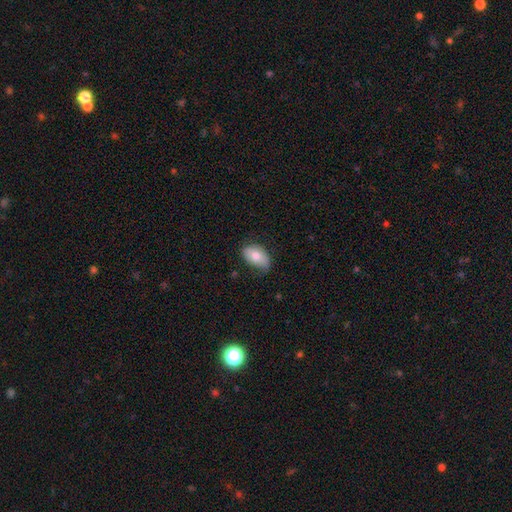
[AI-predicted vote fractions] Q: Smooth or featured?
A: smooth (74%); runner-up: featured or disk (20%)
Q: How rounded?
A: in between (91%); runner-up: round (8%)
Q: Merging?
A: none (59%); runner-up: minor disturbance (32%)